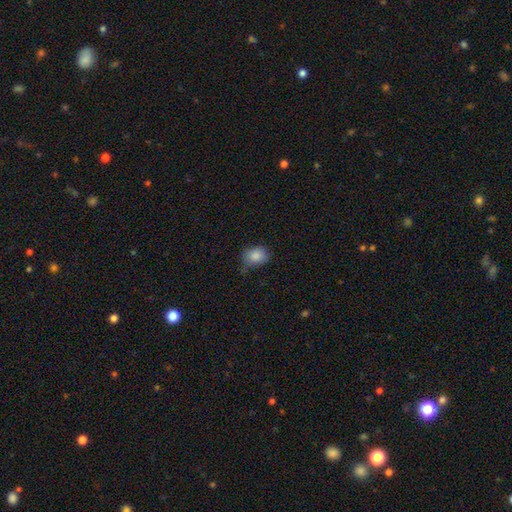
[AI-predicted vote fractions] Morphology: type=smooth (85%); roundness=in between (57%); merging=none (59%).